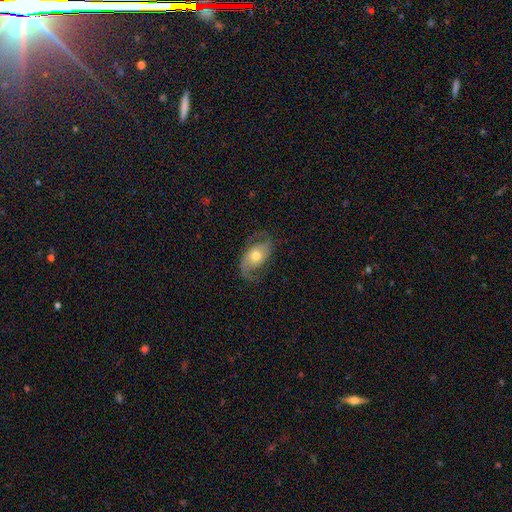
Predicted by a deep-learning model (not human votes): A featured or disk galaxy (66%) with no bar (71%), 2 (82%) loose (56%) spiral arms (85%) and a moderate central bulge (68%).

Vote fractions:
- Smooth or featured? featured or disk: 66% / smooth: 27% / star or artifact: 7%
- Edge-on disk? no: 94% / yes: 6%
- Bar? no: 71% / weak: 21% / strong: 7%
- Spiral arms? yes: 85% / no: 15%
- Spiral winding? loose: 56% / medium: 33% / tight: 11%
- Spiral arm count? 2: 82% / 1: 9% / can't tell: 6% / 3: 1% / 4: 1% / more than 4: 1%
- Bulge size? moderate: 68% / small: 19% / large: 10% / dominant: 2% / none: 1%
- Merging? none: 63% / minor disturbance: 20% / major disturbance: 16% / merger: 1%